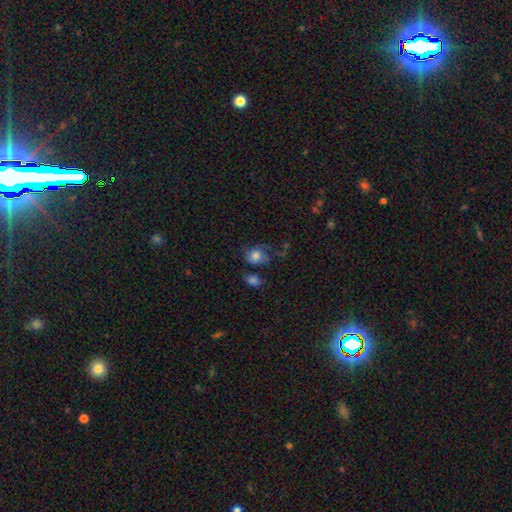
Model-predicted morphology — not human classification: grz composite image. It shows a smooth galaxy with no disk features (61%) that is round (54%). Merging: none (36%).